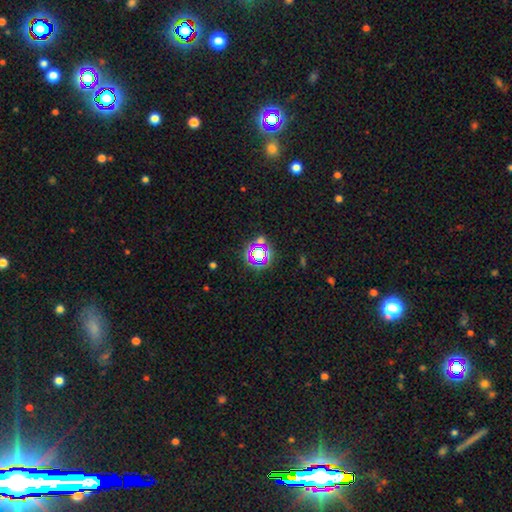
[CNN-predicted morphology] Q: Smooth or featured?
A: star or artifact (62%); runner-up: smooth (26%)